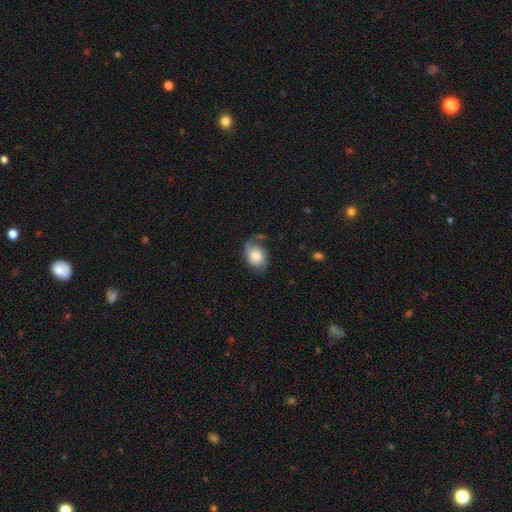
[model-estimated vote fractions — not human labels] This appears to be a featured or disk galaxy (48%). Merging: none (55%).